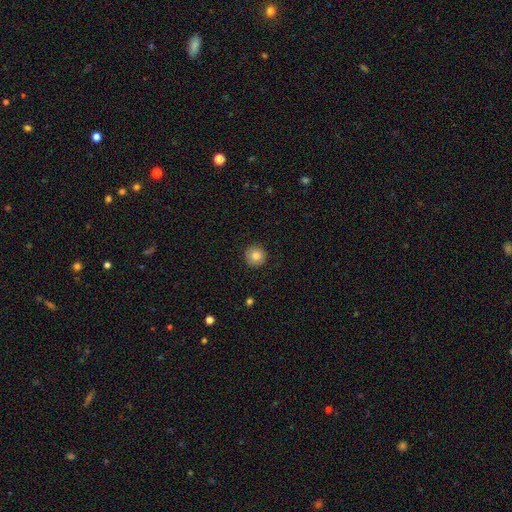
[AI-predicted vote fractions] smooth-or-featured: smooth: 83% | star or artifact: 9% | featured or disk: 8%
  how-rounded: round: 95% | in between: 4% | cigar-shaped: 1%
  merging: none: 91% | minor disturbance: 7% | major disturbance: 2% | merger: 1%